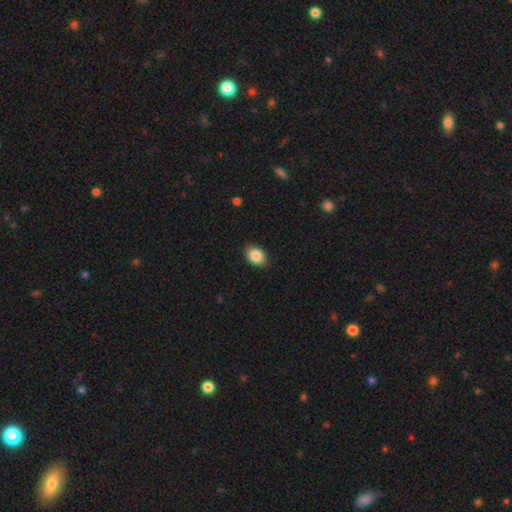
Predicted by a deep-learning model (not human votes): Smooth or featured: smooth — 88% (star or artifact — 8%)
How rounded: in between — 70% (round — 29%)
Merging: none — 87% (minor disturbance — 10%)